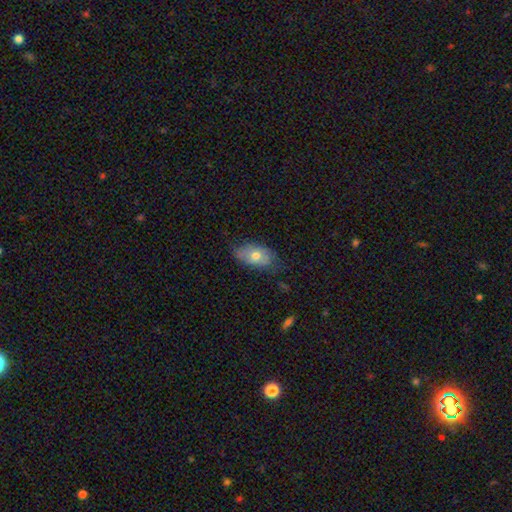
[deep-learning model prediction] smooth 63%, featured or disk 30%, star or artifact 7%. Down the decision tree: how rounded — in between (91%); merging — none (64%).